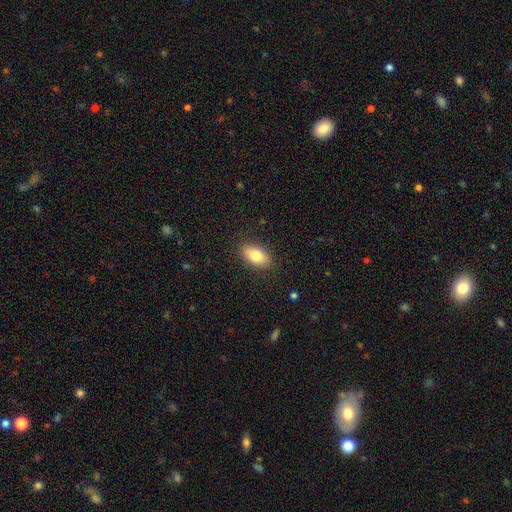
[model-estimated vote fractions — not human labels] A smooth galaxy with no disk features (79%) that is in between round and cigar-shaped (90%). Merging: none (88%).